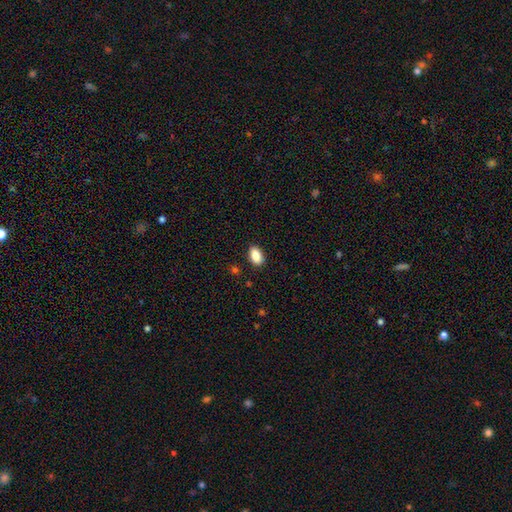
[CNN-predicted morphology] Smooth or featured? smooth (86%)
How rounded? in between (90%)
Merging? none (88%)